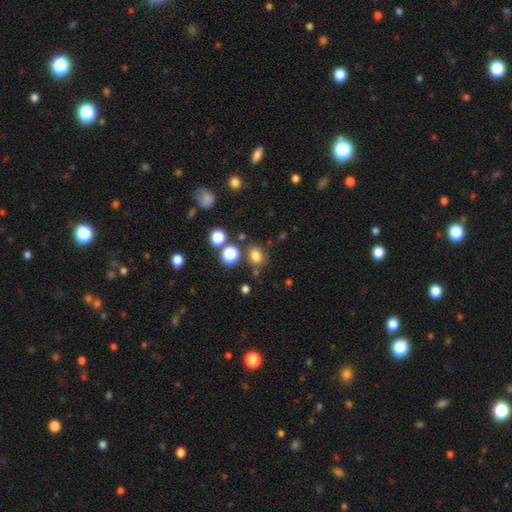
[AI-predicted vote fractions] The model was most divided on "how rounded": round: 54%, in between: 45%, cigar-shaped: 1%. More confident: smooth or featured — smooth (78%); merging — none (77%).